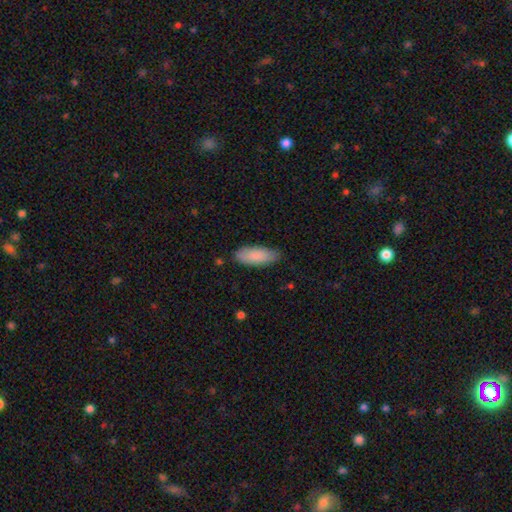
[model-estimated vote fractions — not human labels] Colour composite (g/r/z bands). It shows a smooth galaxy with no disk features (87%) that is in between round and cigar-shaped (77%). Merging: none (80%).